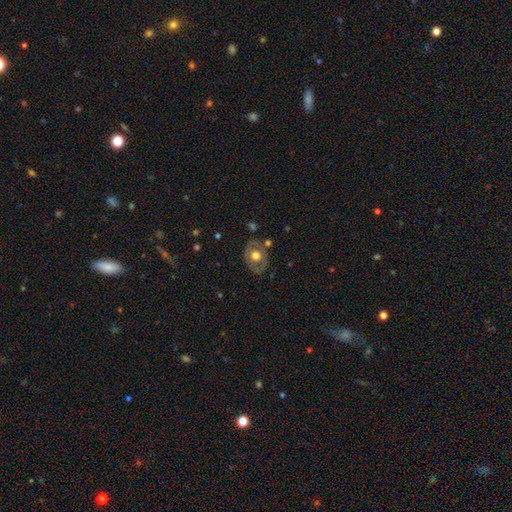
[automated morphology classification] This is possibly a featured or disk galaxy (47%). Merging: likely none (75%).